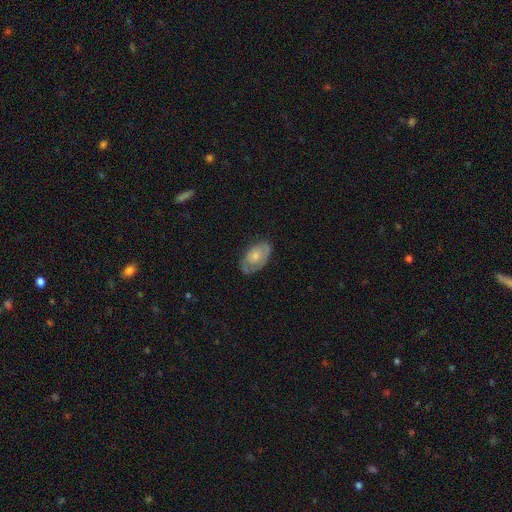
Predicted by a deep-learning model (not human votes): A smooth galaxy with no disk features (54%) that is in between round and cigar-shaped (91%).

Vote fractions:
- Smooth or featured? smooth: 54% / featured or disk: 40% / star or artifact: 6%
- How rounded? in between: 91% / round: 7% / cigar-shaped: 2%
- Merging? none: 63% / minor disturbance: 27% / major disturbance: 8% / merger: 2%